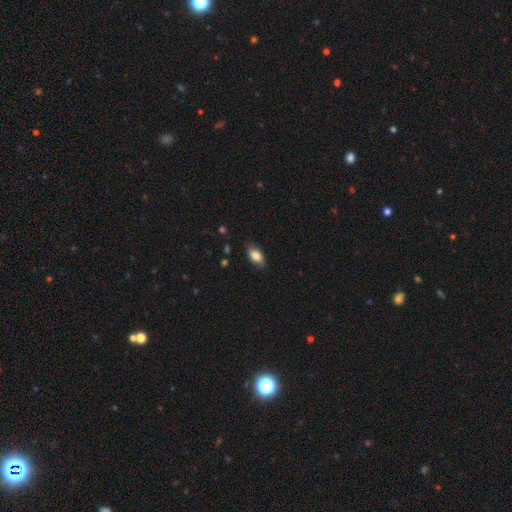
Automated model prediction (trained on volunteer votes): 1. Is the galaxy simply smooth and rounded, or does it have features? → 81% smooth, 12% featured or disk, 7% star or artifact.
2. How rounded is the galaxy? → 90% in between, 5% cigar-shaped, 5% round.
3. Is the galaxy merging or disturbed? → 82% none, 14% minor disturbance, 3% major disturbance, 1% merger.